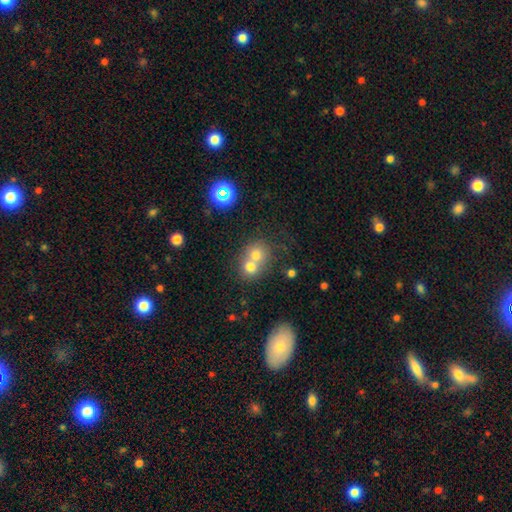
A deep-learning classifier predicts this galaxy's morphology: smooth-or-featured: smooth: 67% | featured or disk: 17% | star or artifact: 16%
  how-rounded: round: 79% | in between: 20% | cigar-shaped: 1%
  merging: merger: 60% | none: 32% | minor disturbance: 5% | major disturbance: 2%